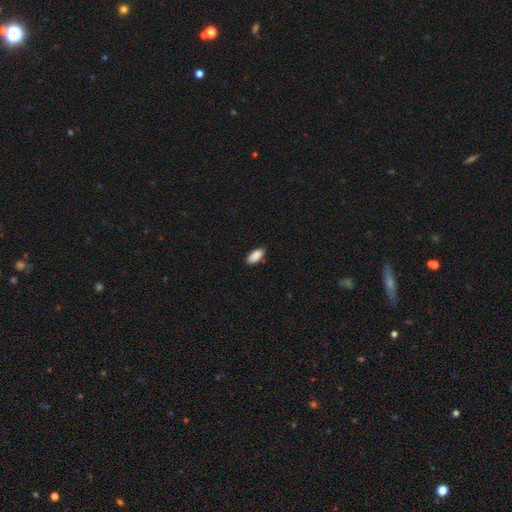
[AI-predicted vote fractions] A smooth galaxy with no disk features (89%) that is in between round and cigar-shaped (89%). Merging: none (79%).